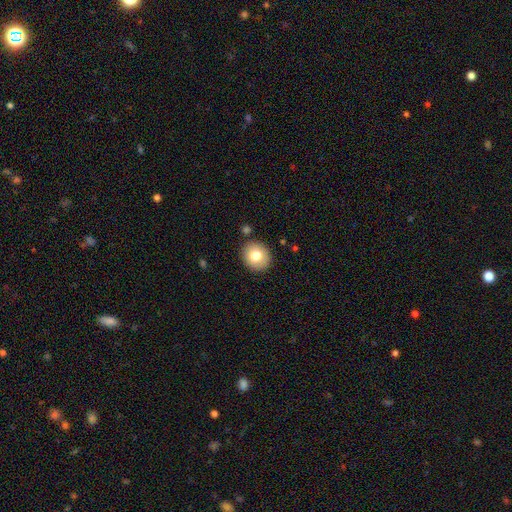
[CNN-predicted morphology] This is likely a smooth galaxy (77%). How rounded: clearly round (81%). Merging: clearly none (87%).